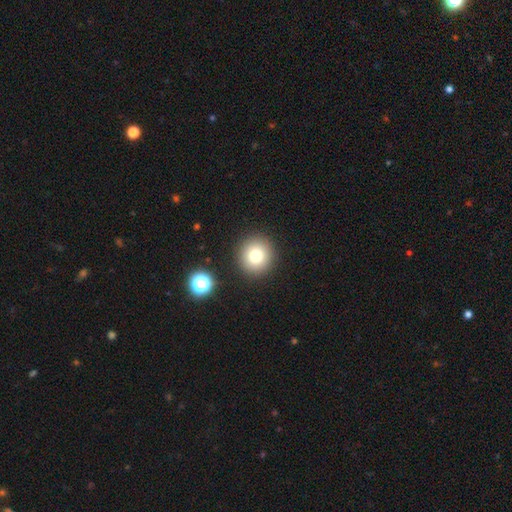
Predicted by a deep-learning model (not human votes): A smooth galaxy with no disk features (78%) that is round (92%). Merging: none (90%).